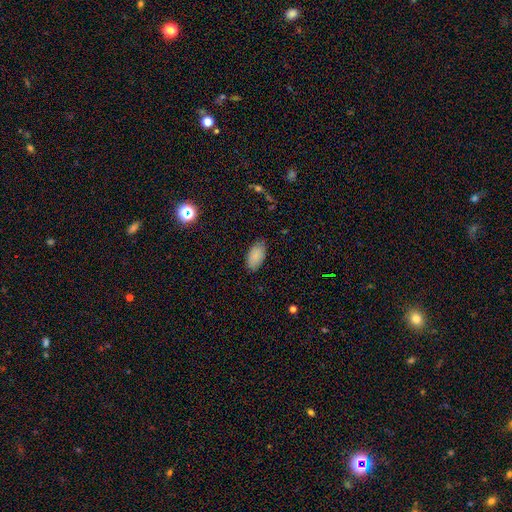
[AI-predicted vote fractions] smooth 85%, star or artifact 8%, featured or disk 7%. Down the decision tree: how rounded — in between (94%); merging — none (82%).